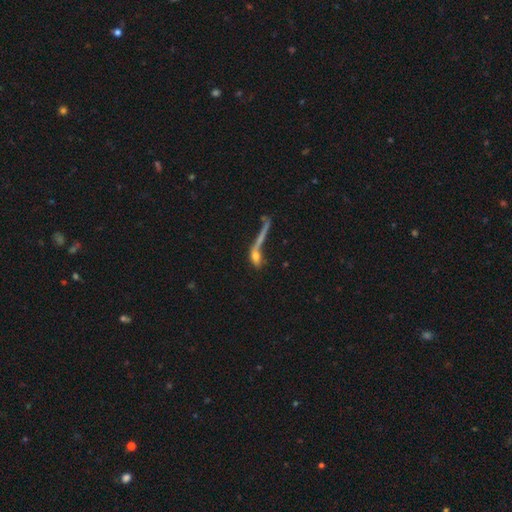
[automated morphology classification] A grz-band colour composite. It shows a smooth galaxy with no disk features (53%) that is cigar-shaped (44%). Merging: merger (34%).